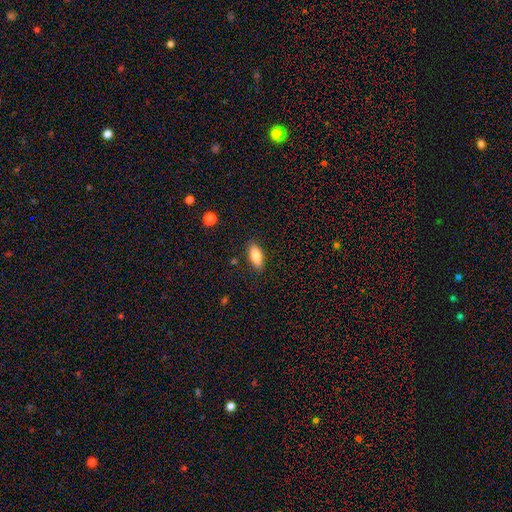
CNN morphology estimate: smooth 81%, featured or disk 12%, star or artifact 7%. Down the decision tree: how rounded — in between (82%); merging — none (86%).